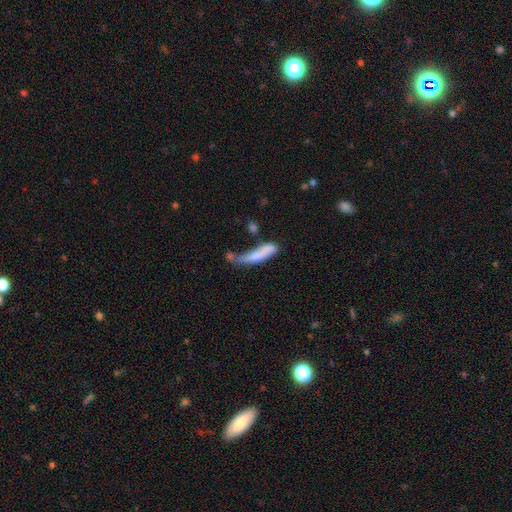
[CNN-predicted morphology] Smooth or featured? smooth (69%)
How rounded? cigar-shaped (77%)
Merging? none (32%)